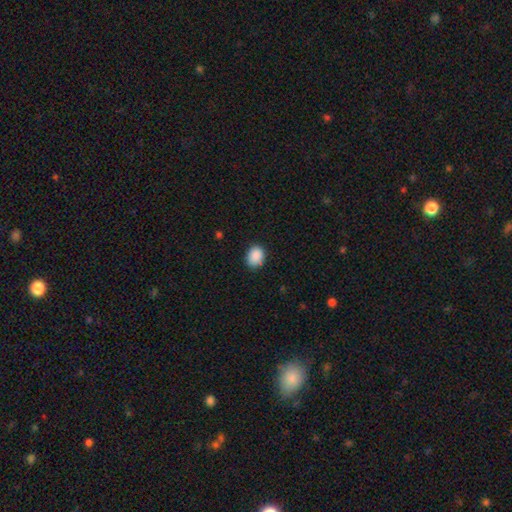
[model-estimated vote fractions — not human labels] A smooth galaxy with no disk features (89%) that is in between round and cigar-shaped (53%). Merging: none (81%).